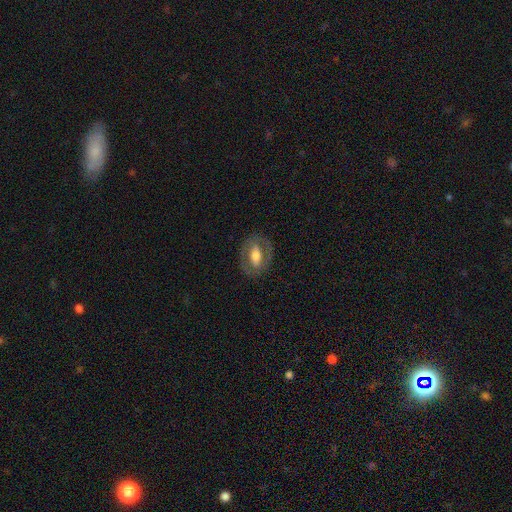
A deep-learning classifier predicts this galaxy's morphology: Q: Smooth or featured?
A: featured or disk (51%); runner-up: smooth (42%)
Q: Edge-on disk?
A: no (88%); runner-up: yes (12%)
Q: Merging?
A: none (78%); runner-up: minor disturbance (13%)